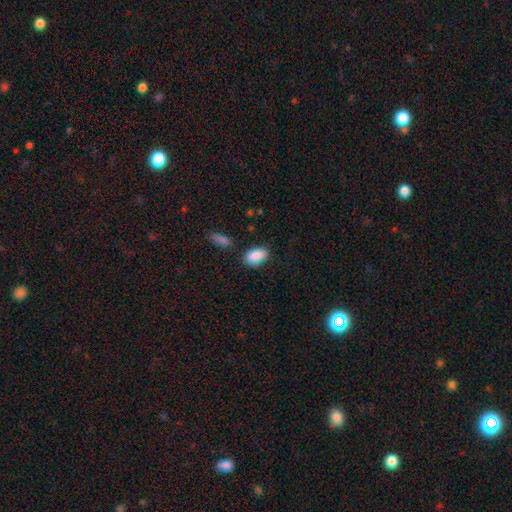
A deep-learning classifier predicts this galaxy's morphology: Smooth or featured: smooth — 89% (star or artifact — 7%)
How rounded: in between — 91% (round — 7%)
Merging: none — 80% (minor disturbance — 13%)